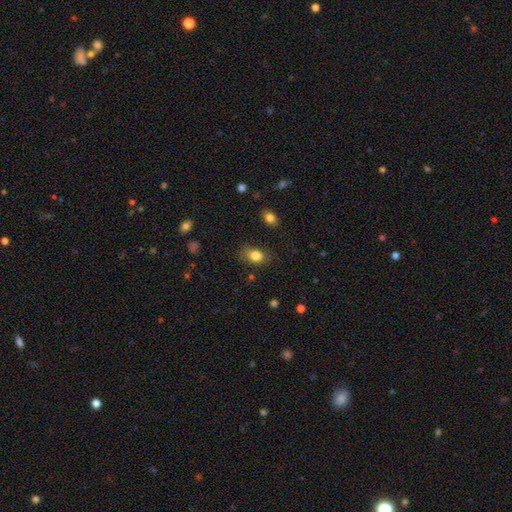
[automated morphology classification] This appears to be a smooth galaxy with no disk features (83%) that is in between round and cigar-shaped (79%). Merging: none (76%).